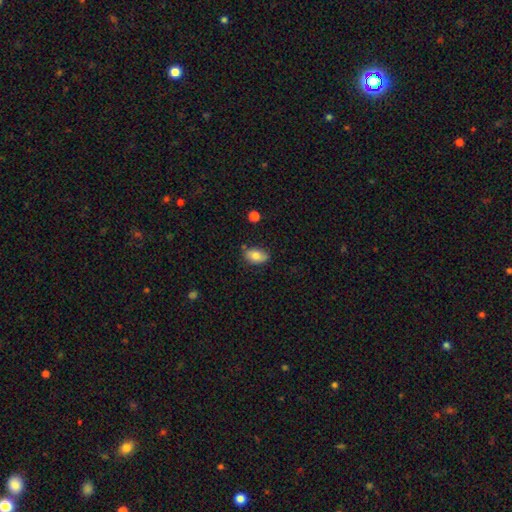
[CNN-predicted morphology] smooth-or-featured: smooth: 79% | featured or disk: 13% | star or artifact: 8%
  how-rounded: in between: 90% | round: 8% | cigar-shaped: 2%
  merging: none: 72% | minor disturbance: 21% | merger: 4% | major disturbance: 3%